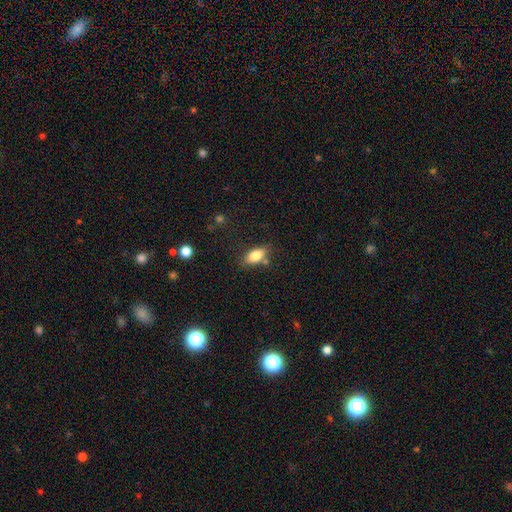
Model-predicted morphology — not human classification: A smooth galaxy with no disk features (80%) that is in between round and cigar-shaped (85%).

Vote fractions:
- Smooth or featured? smooth: 80% / featured or disk: 12% / star or artifact: 8%
- How rounded? in between: 85% / cigar-shaped: 10% / round: 5%
- Merging? none: 71% / minor disturbance: 16% / merger: 8% / major disturbance: 4%